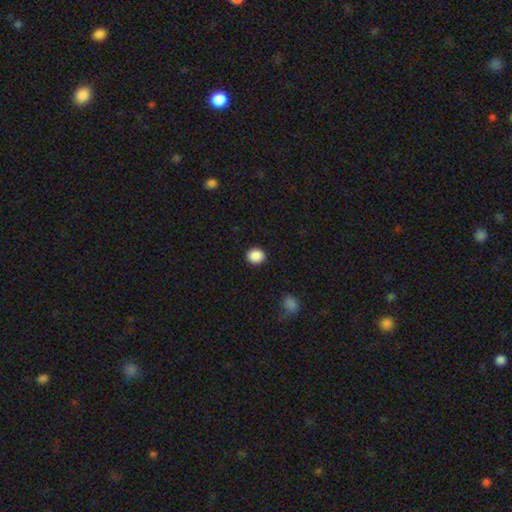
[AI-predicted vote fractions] Smooth or featured: smooth — 89% (star or artifact — 9%)
How rounded: round — 77% (in between — 22%)
Merging: none — 91% (minor disturbance — 6%)